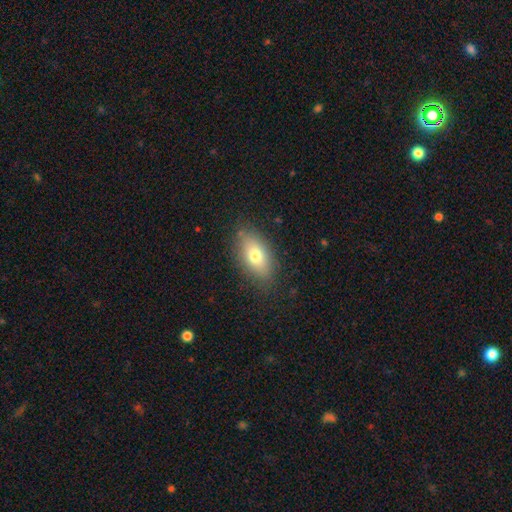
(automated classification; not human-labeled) Overall: smooth (71%). How rounded: in between (86%). Merging: none (82%).